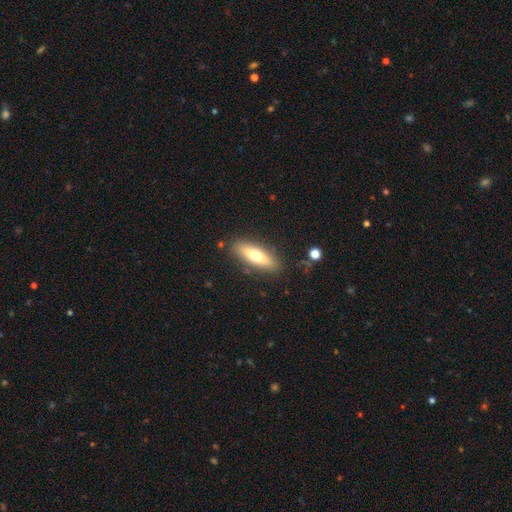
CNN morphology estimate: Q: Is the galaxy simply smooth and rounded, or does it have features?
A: smooth — 63%.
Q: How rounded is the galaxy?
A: in between — 51%.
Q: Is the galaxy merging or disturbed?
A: none — 84%.